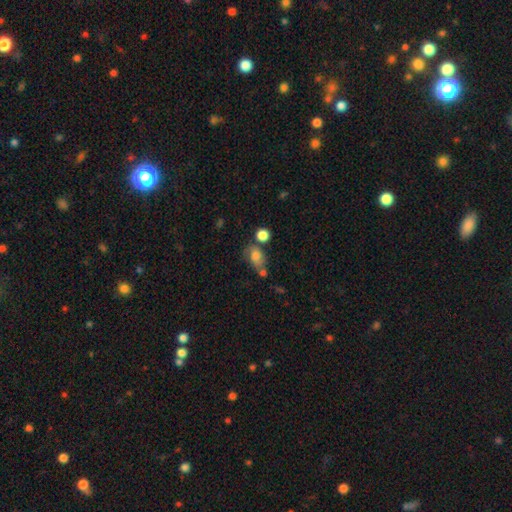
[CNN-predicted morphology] A smooth galaxy with no disk features (70%) that is in between round and cigar-shaped (63%). Merging: none (39%).